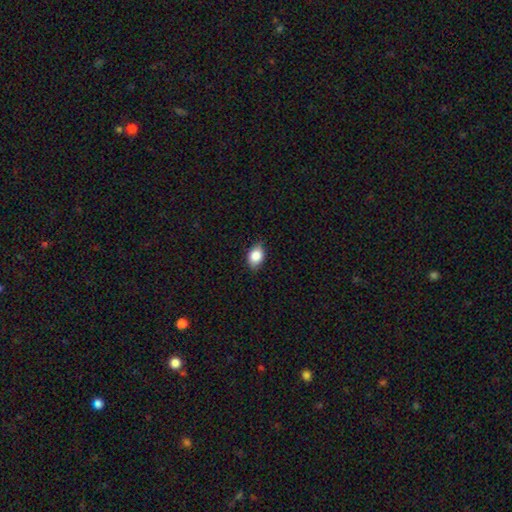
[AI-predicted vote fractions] smooth-or-featured: smooth: 84% | star or artifact: 8% | featured or disk: 7%
  how-rounded: in between: 76% | round: 22% | cigar-shaped: 2%
  merging: none: 82% | minor disturbance: 15% | major disturbance: 2% | merger: 1%